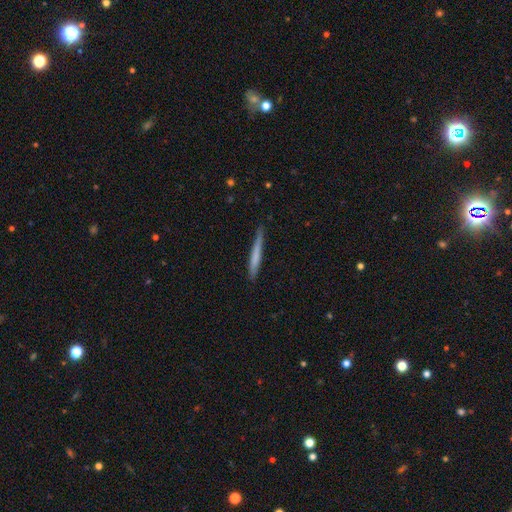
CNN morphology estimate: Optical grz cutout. It shows a smooth galaxy with no disk features (64%) that is cigar-shaped (97%). Merging: none (84%).